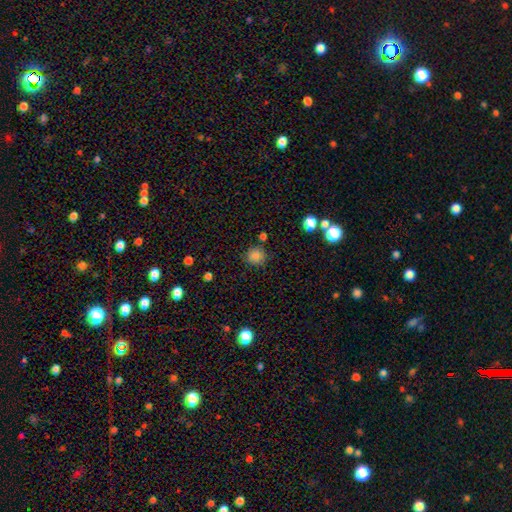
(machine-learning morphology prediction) smooth-or-featured: smooth: 82% | star or artifact: 12% | featured or disk: 6%
  how-rounded: round: 88% | in between: 11% | cigar-shaped: 1%
  merging: none: 80% | minor disturbance: 12% | merger: 5% | major disturbance: 3%